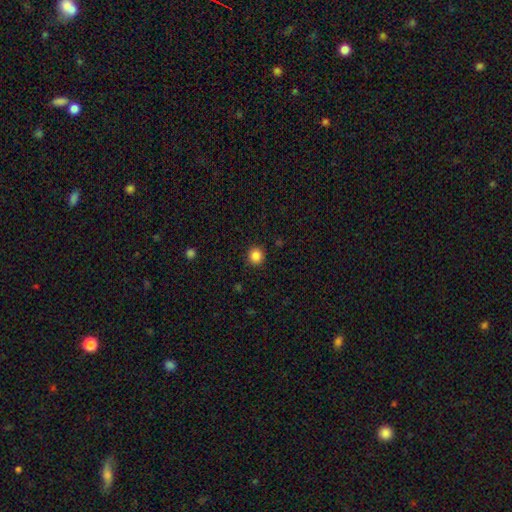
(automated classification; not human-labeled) Smooth or featured: smooth — 86% (star or artifact — 11%)
How rounded: round — 92% (in between — 7%)
Merging: none — 91% (minor disturbance — 6%)